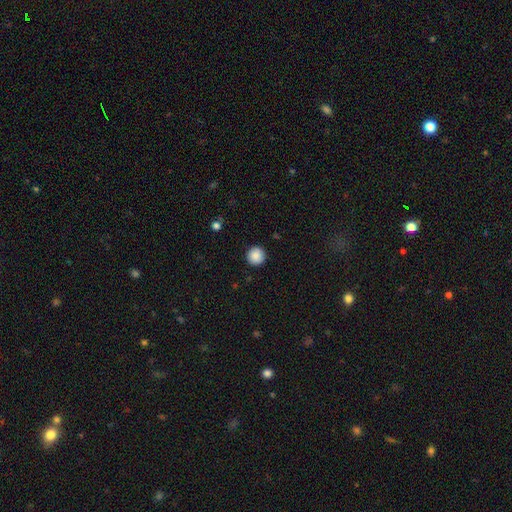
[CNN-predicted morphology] A smooth galaxy with no disk features (88%) that is round (96%). Merging: none (92%).